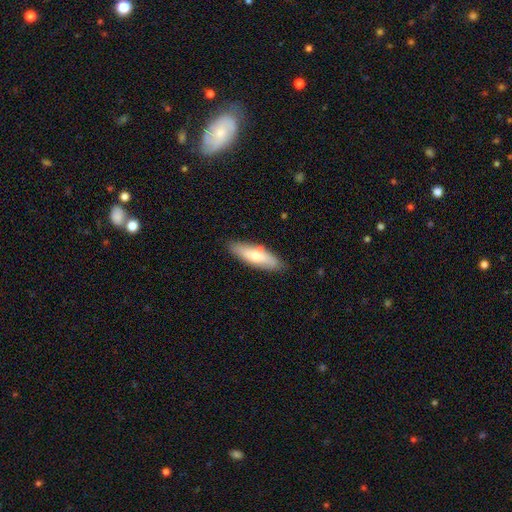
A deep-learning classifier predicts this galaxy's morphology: smooth-or-featured: smooth: 64% | featured or disk: 30% | star or artifact: 6%
  how-rounded: in between: 51% | cigar-shaped: 47% | round: 2%
  merging: none: 82% | minor disturbance: 13% | major disturbance: 3% | merger: 2%